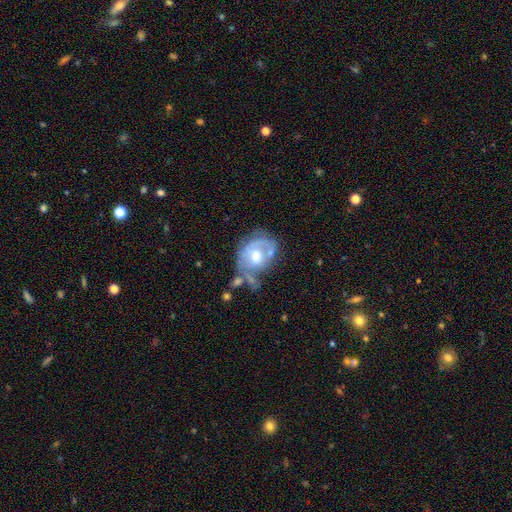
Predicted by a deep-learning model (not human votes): featured or disk 69%, smooth 25%, star or artifact 6%. Down the decision tree: edge-on disk — no (96%); bar — no (72%); spiral arms — yes (62%); bulge size — moderate (70%); merging — none (29%).